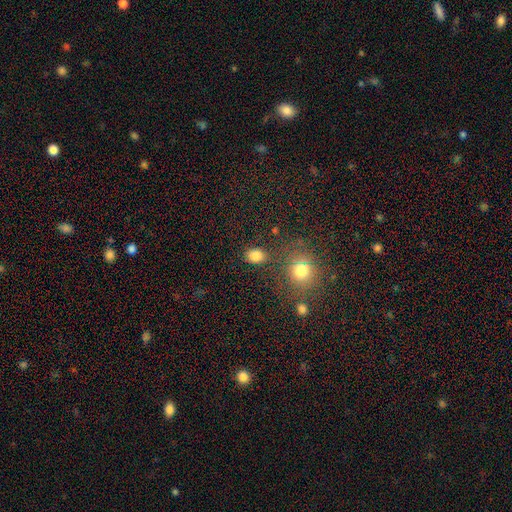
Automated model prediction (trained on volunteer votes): The model was most divided on "how rounded": in between: 63%, round: 36%, cigar-shaped: 1%. More confident: smooth or featured — smooth (84%); merging — none (81%).